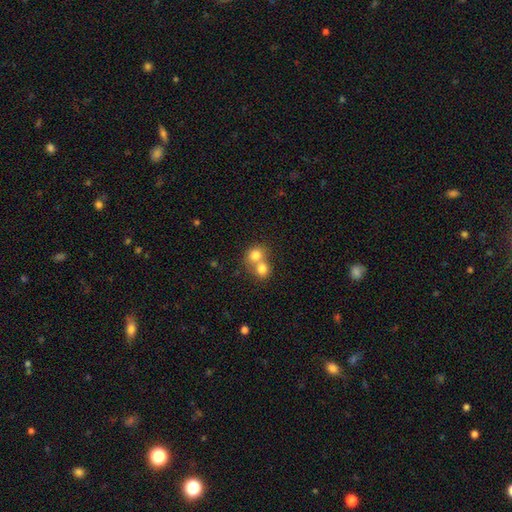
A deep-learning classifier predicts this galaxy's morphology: Smooth or featured? smooth (77%)
How rounded? round (74%)
Merging? merger (65%)